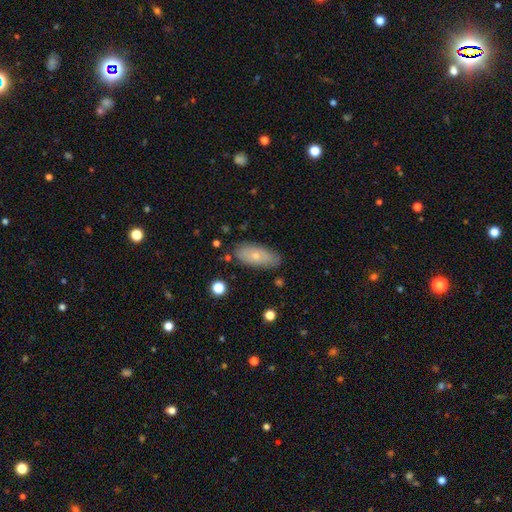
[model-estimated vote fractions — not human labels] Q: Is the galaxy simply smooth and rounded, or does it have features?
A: smooth — 64%.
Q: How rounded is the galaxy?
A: in between — 85%.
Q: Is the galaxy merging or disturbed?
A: none — 79%.